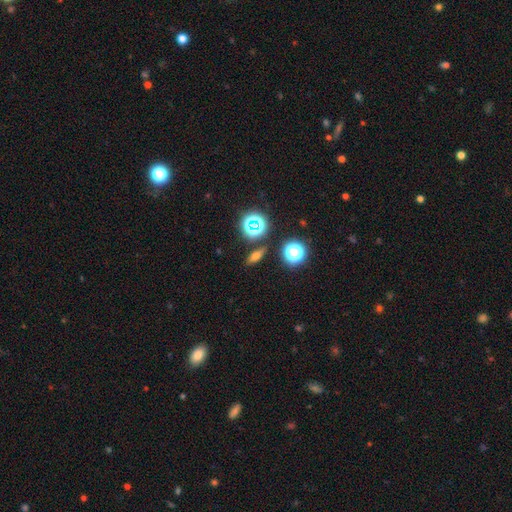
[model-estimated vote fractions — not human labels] This is possibly a smooth galaxy (56%). How rounded: possibly in between (47%). Merging: clearly none (86%).